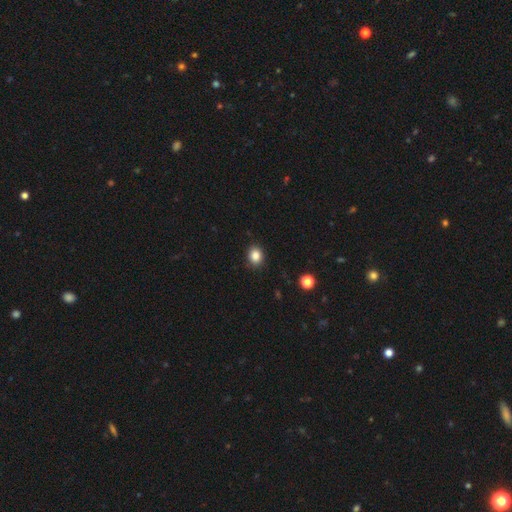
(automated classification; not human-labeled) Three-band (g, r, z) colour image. It shows a smooth galaxy with no disk features (85%) that is round (61%). Merging: none (88%).